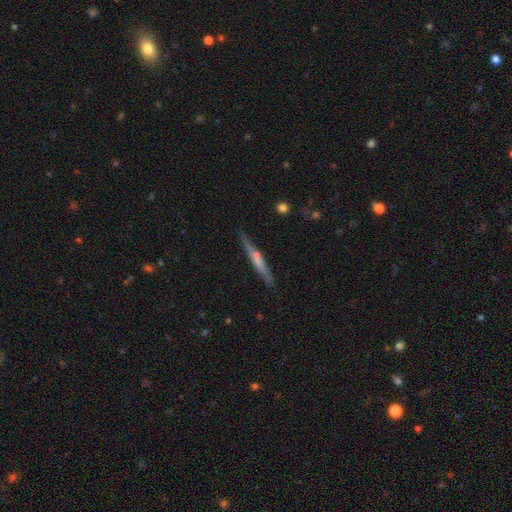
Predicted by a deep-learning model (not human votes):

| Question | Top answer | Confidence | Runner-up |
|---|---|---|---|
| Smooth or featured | featured or disk | 60% | smooth (34%) |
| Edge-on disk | yes | 96% | no (4%) |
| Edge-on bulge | none | 46% | rounded (45%) |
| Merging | none | 86% | minor disturbance (10%) |